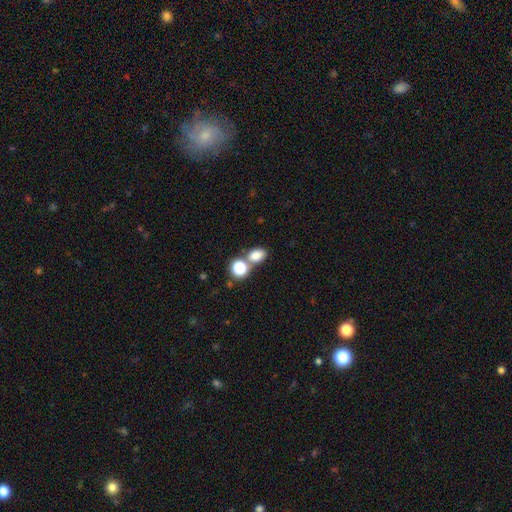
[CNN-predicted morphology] smooth 79%, star or artifact 14%, featured or disk 7%. Down the decision tree: how rounded — in between (68%); merging — none (55%).